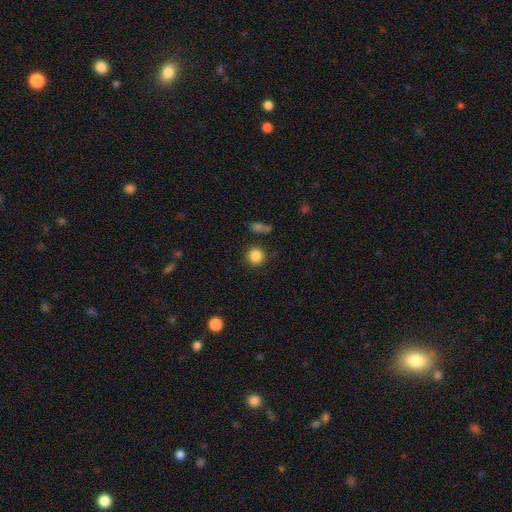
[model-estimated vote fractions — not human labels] Smooth or featured? Predicted: smooth (p=0.85). How rounded? Predicted: round (p=0.93). Merging? Predicted: none (p=0.86).